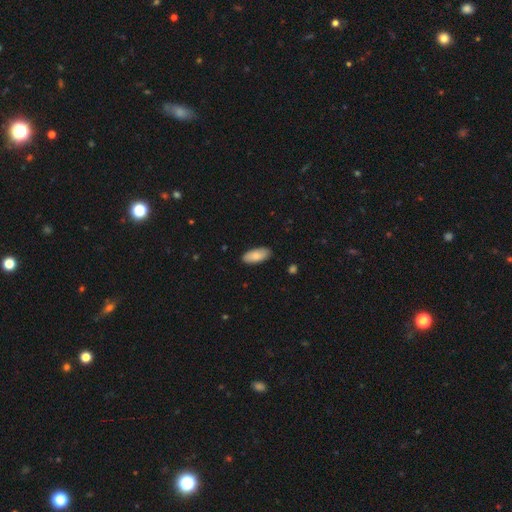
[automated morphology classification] A smooth galaxy with no disk features (83%) that is in between round and cigar-shaped (89%). Merging: none (88%).